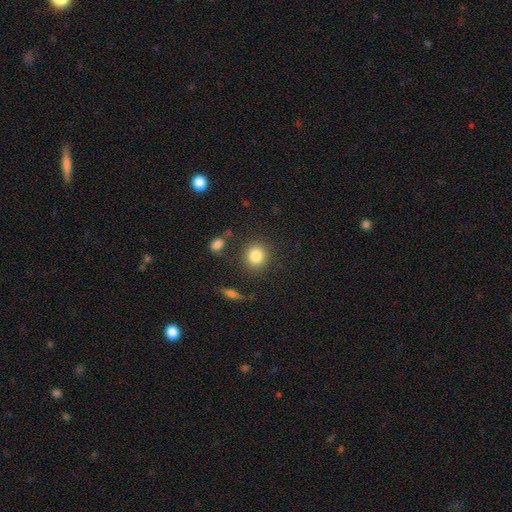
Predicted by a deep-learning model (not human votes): Q: Smooth or featured?
A: smooth (83%); runner-up: star or artifact (10%)
Q: How rounded?
A: round (83%); runner-up: in between (16%)
Q: Merging?
A: none (84%); runner-up: minor disturbance (9%)